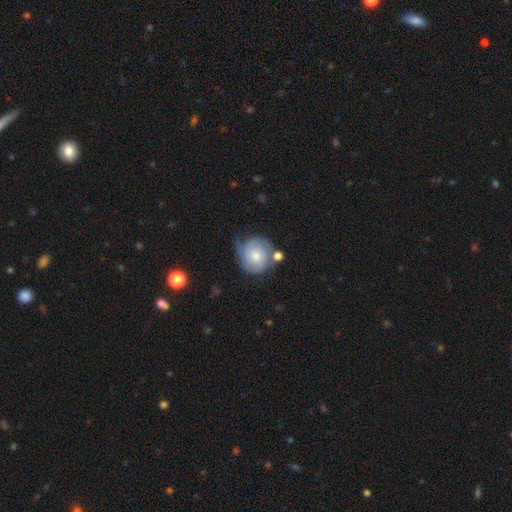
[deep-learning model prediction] Q: Smooth or featured?
A: smooth (56%); runner-up: featured or disk (37%)
Q: How rounded?
A: round (89%); runner-up: in between (10%)
Q: Merging?
A: none (46%); runner-up: minor disturbance (28%)